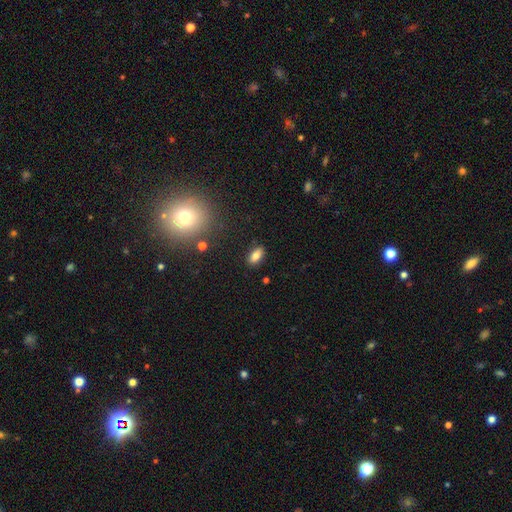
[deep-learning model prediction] Q: Smooth or featured?
A: smooth (80%); runner-up: star or artifact (10%)
Q: How rounded?
A: in between (88%); runner-up: cigar-shaped (7%)
Q: Merging?
A: none (88%); runner-up: minor disturbance (9%)